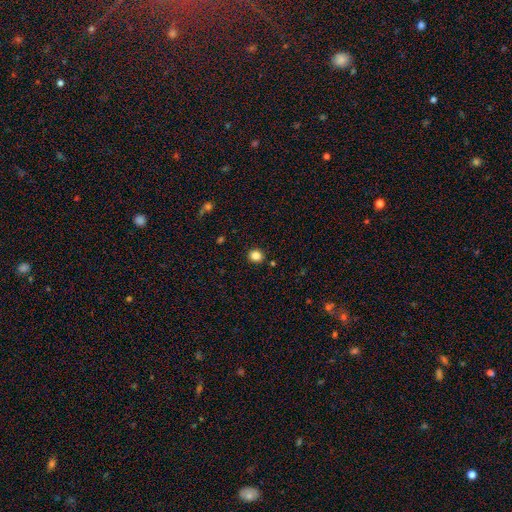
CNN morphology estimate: A smooth galaxy with no disk features (84%) that is round (84%).

Vote fractions:
- Smooth or featured? smooth: 84% / star or artifact: 11% / featured or disk: 4%
- How rounded? round: 84% / in between: 16% / cigar-shaped: 1%
- Merging? none: 91% / minor disturbance: 6% / merger: 2% / major disturbance: 2%